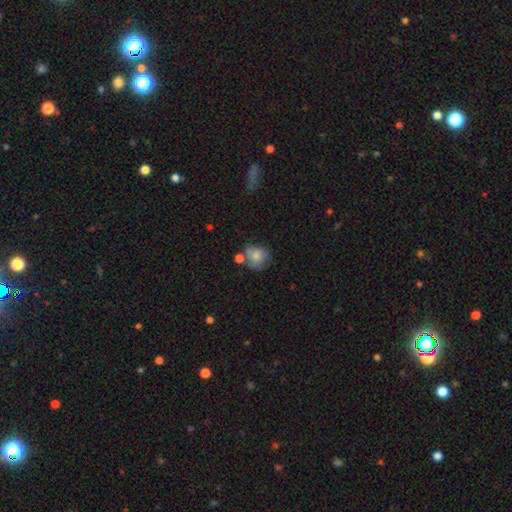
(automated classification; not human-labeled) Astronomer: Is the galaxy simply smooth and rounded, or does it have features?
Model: smooth — 75%.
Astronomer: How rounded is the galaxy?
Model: round — 72%.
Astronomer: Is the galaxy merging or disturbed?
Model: none — 44% (runner-up: minor disturbance, 25%).